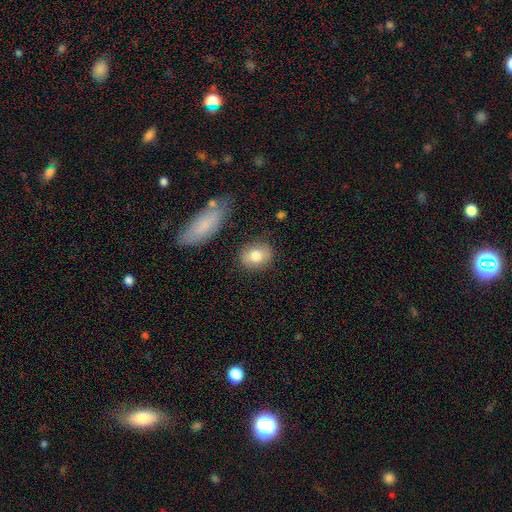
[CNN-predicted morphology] smooth 77%, featured or disk 16%, star or artifact 7%. Down the decision tree: how rounded — round (51%); merging — none (82%).